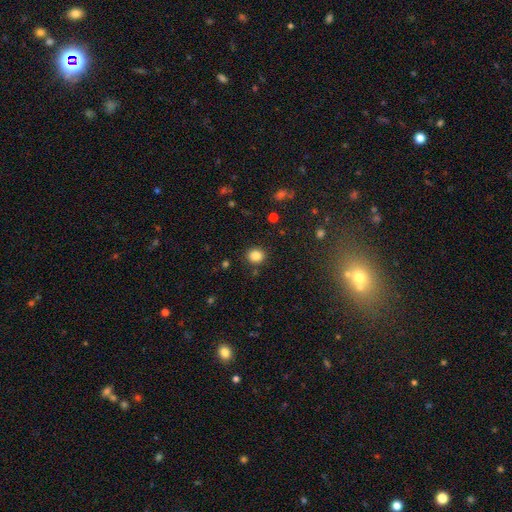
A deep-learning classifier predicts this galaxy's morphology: Overall: smooth (85%). How rounded: round (80%). Merging: none (88%).